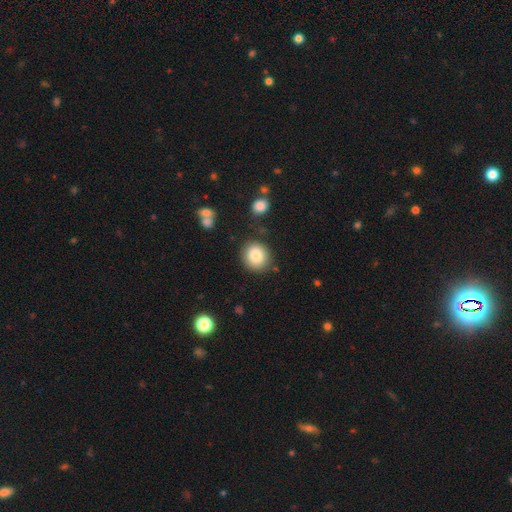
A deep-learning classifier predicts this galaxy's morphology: Smooth or featured: smooth — 85% (star or artifact — 8%)
How rounded: round — 85% (in between — 14%)
Merging: none — 83% (minor disturbance — 10%)